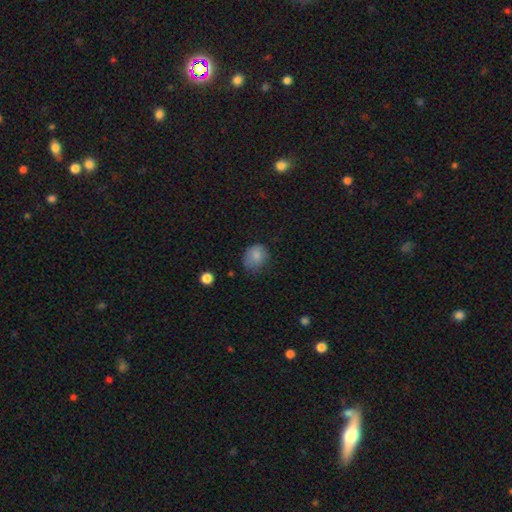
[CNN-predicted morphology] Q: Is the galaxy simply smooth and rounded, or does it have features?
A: smooth — 82%.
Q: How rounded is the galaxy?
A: round — 51%.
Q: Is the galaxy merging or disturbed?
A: none — 53%.